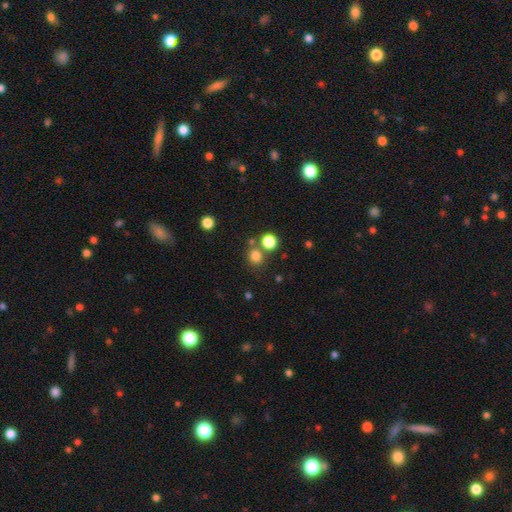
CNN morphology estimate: Smooth or featured? Predicted: smooth (p=0.78). How rounded? Predicted: round (p=0.84). Merging? Predicted: none (p=0.70).